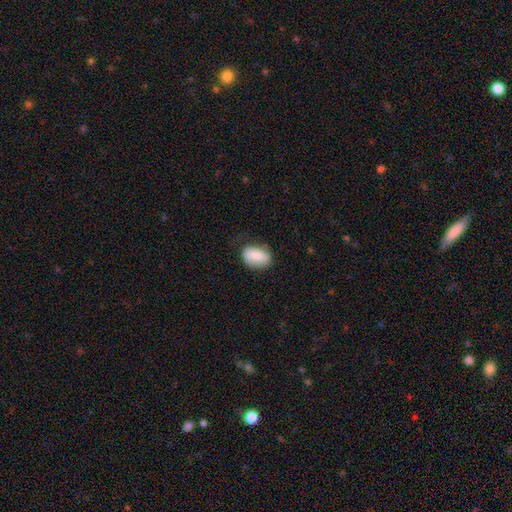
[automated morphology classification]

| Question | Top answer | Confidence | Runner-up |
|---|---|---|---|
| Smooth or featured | smooth | 72% | featured or disk (22%) |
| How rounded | in between | 83% | round (15%) |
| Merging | none | 66% | minor disturbance (25%) |